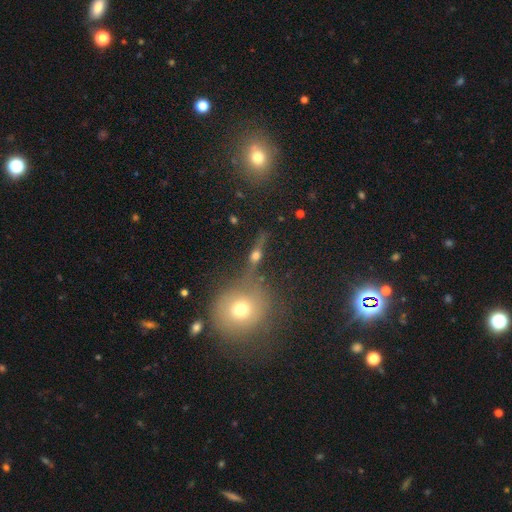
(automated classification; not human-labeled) Morphology: type=featured or disk (50%); merging=none (63%).